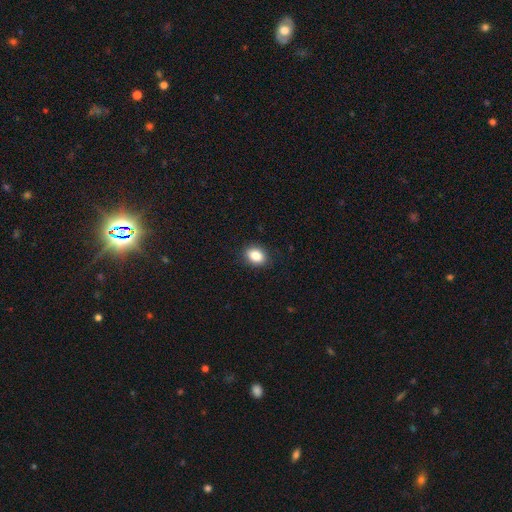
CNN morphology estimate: smooth_or_featured: smooth (p=0.86) [alt: star or artifact p=0.09]
how_rounded: in between (p=0.69) [alt: round p=0.30]
merging: none (p=0.89) [alt: minor disturbance p=0.08]